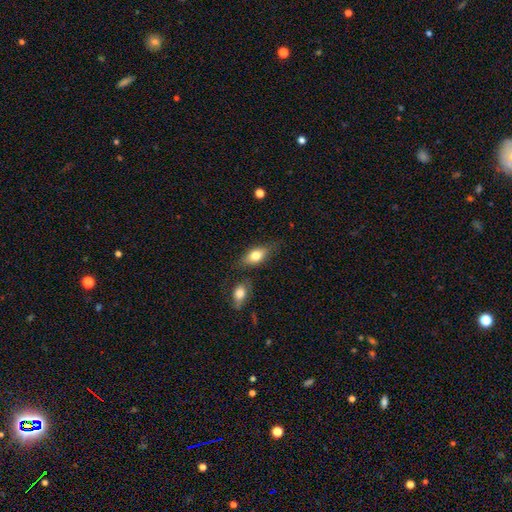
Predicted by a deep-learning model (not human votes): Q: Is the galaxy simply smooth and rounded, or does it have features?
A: smooth — 75%.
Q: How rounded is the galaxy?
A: in between — 83%.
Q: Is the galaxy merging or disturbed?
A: none — 70%.